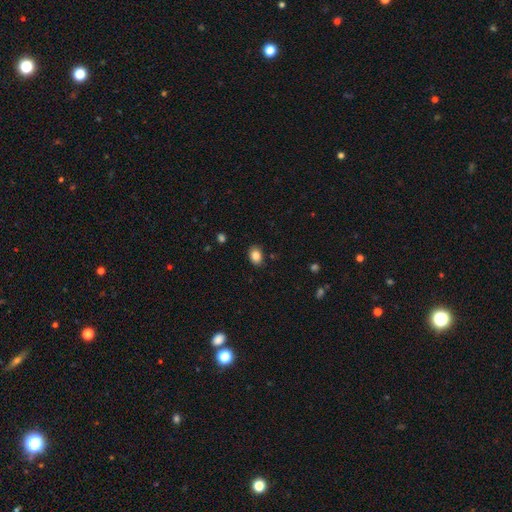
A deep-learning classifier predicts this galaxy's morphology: type=smooth (85%); roundness=in between (70%); merging=none (85%).